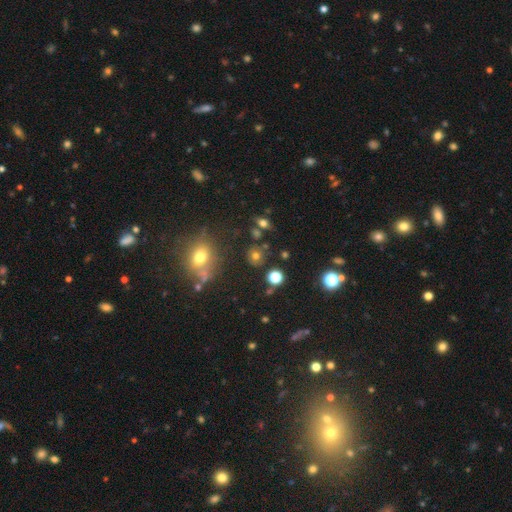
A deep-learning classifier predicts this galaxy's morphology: Smooth or featured: smooth — 66% (star or artifact — 24%)
How rounded: round — 85% (in between — 14%)
Merging: none — 79% (minor disturbance — 10%)